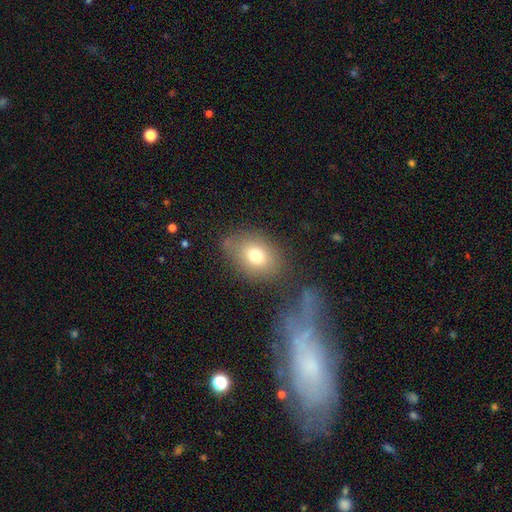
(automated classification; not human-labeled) A smooth galaxy with no disk features (74%) that is in between round and cigar-shaped (69%). Merging: none (68%).